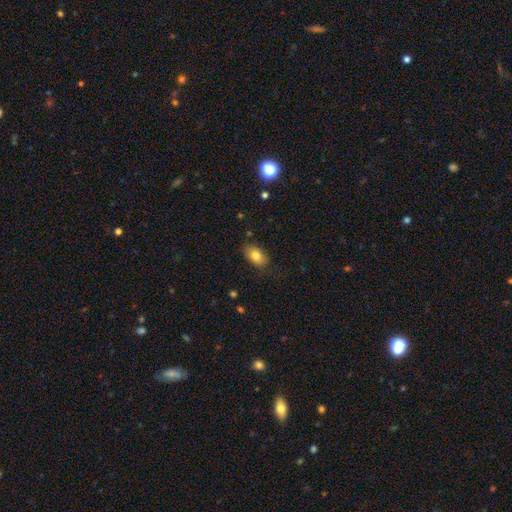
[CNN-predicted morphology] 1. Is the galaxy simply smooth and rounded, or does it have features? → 79% smooth, 13% featured or disk, 8% star or artifact.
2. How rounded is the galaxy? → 87% in between, 11% round, 2% cigar-shaped.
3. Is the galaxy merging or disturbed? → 77% none, 18% minor disturbance, 4% major disturbance, 1% merger.